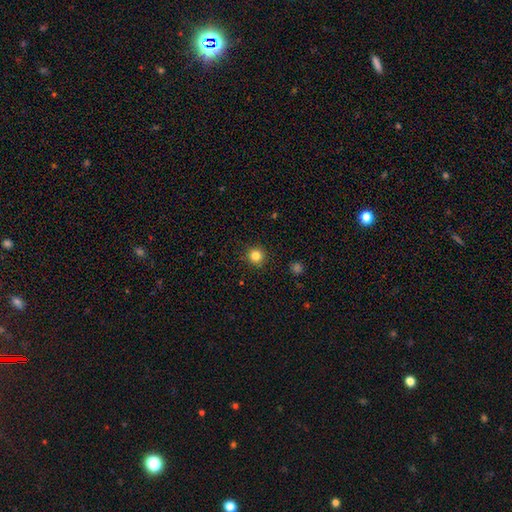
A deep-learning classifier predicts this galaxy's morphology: Overall: smooth (82%). How rounded: round (95%). Merging: none (92%).